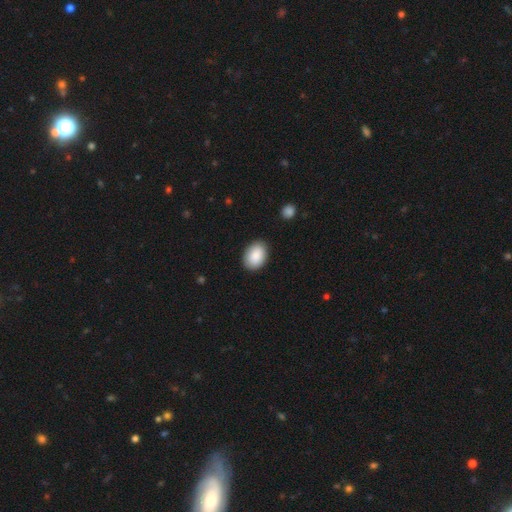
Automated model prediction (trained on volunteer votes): smooth_or_featured: smooth (p=0.89) [alt: star or artifact p=0.06]
how_rounded: in between (p=0.84) [alt: round p=0.15]
merging: none (p=0.86) [alt: minor disturbance p=0.10]